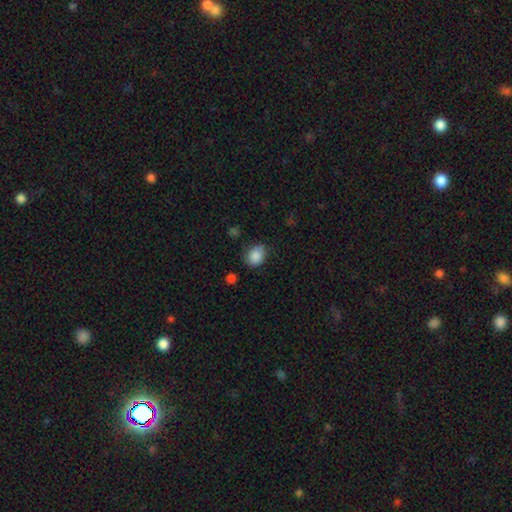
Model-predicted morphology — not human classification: type=smooth (86%); roundness=in between (59%); merging=none (64%).